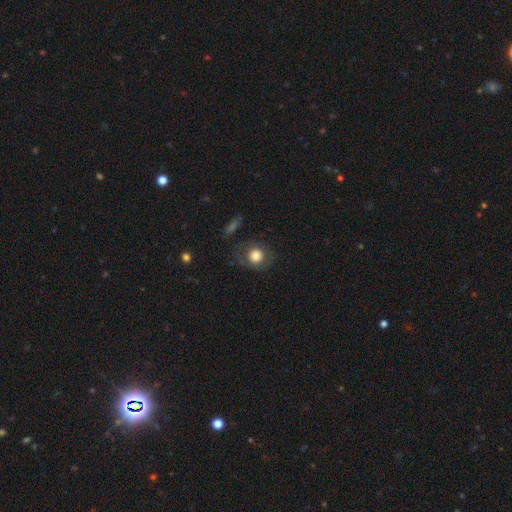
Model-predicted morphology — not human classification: Smooth or featured: smooth — 77% (featured or disk — 13%)
How rounded: round — 82% (in between — 17%)
Merging: none — 72% (minor disturbance — 16%)